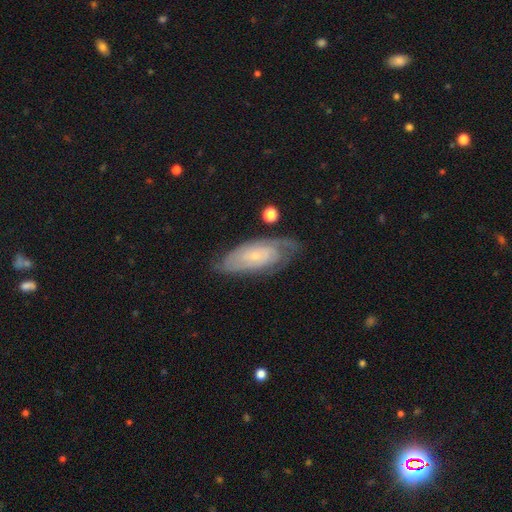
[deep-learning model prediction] Smooth or featured? featured or disk (76%)
Edge-on disk? no (92%)
Bar? no (75%)
Spiral arms? yes (90%)
Spiral winding? tight (68%)
Spiral arm count? can't tell (44%)
Bulge size? small (80%)
Merging? none (66%)